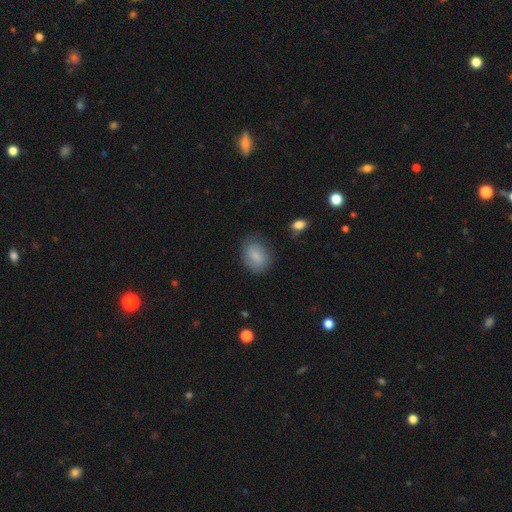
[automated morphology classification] smooth-or-featured: smooth: 79% | featured or disk: 14% | star or artifact: 7%
  how-rounded: in between: 65% | round: 34% | cigar-shaped: 1%
  merging: none: 73% | minor disturbance: 19% | major disturbance: 6% | merger: 2%